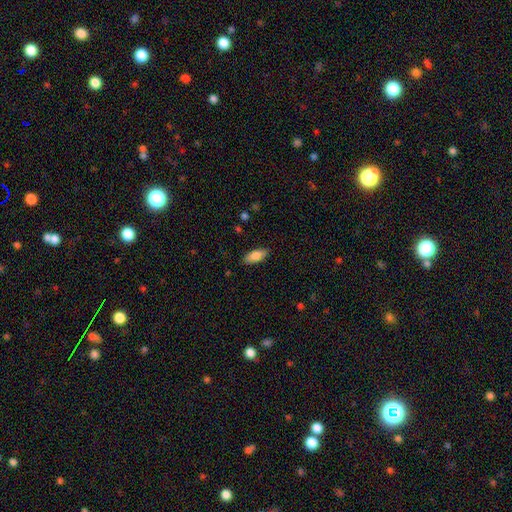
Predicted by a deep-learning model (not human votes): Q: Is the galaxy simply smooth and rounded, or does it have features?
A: smooth — 81%.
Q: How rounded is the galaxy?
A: in between — 82%.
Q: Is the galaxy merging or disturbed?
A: none — 86%.